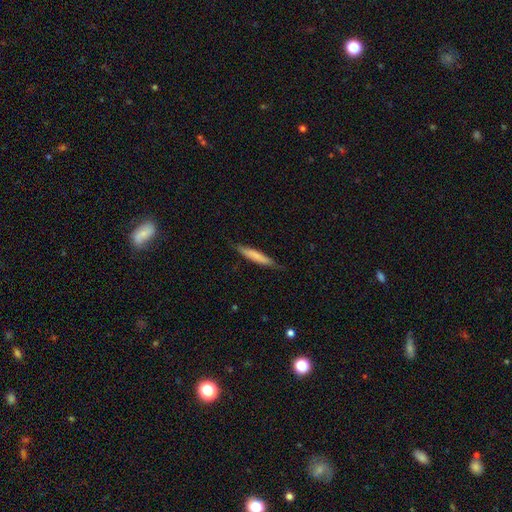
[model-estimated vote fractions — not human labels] smooth_or_featured: smooth (p=0.71) [alt: featured or disk p=0.24]
how_rounded: cigar-shaped (p=0.91) [alt: in between p=0.07]
merging: none (p=0.80) [alt: minor disturbance p=0.16]